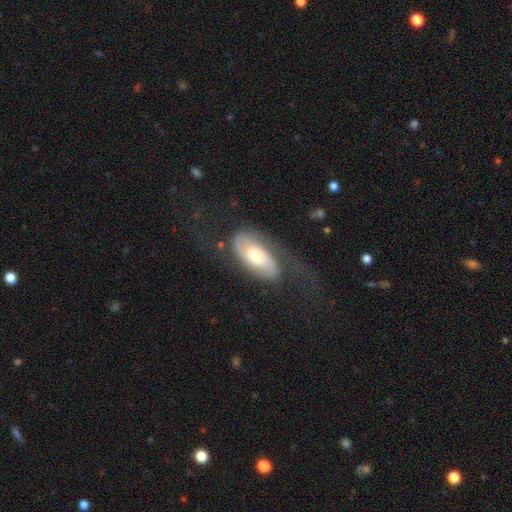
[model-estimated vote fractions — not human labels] A featured or disk galaxy (71%) with no bar (53%), 2 (75%) loose (42%) spiral arms (89%) and a moderate central bulge (62%).

Vote fractions:
- Smooth or featured? featured or disk: 71% / smooth: 23% / star or artifact: 7%
- Edge-on disk? no: 92% / yes: 8%
- Bar? no: 53% / weak: 33% / strong: 13%
- Spiral arms? yes: 89% / no: 11%
- Spiral winding? loose: 42% / medium: 38% / tight: 21%
- Spiral arm count? 2: 75% / 1: 12% / can't tell: 9% / 3: 2% / 4: 1% / more than 4: 1%
- Bulge size? moderate: 62% / large: 17% / small: 17% / dominant: 3% / none: 2%
- Merging? none: 50% / major disturbance: 30% / minor disturbance: 18% / merger: 2%